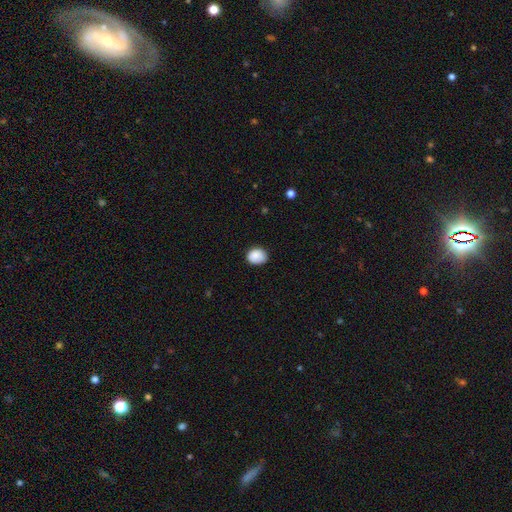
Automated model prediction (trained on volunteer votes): This is clearly a smooth galaxy (87%). How rounded: possibly round (57%). Merging: likely none (76%).